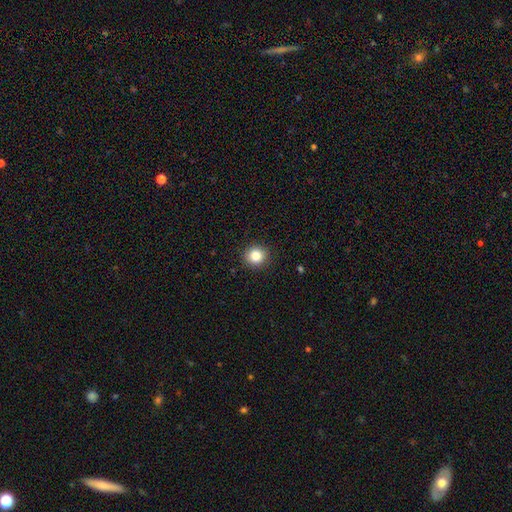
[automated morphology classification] Smooth or featured?
  - smooth: 84% *
  - star or artifact: 10%
  - featured or disk: 5%
How rounded?
  - round: 90% *
  - in between: 9%
  - cigar-shaped: 1%
Merging?
  - none: 91% *
  - minor disturbance: 6%
  - major disturbance: 2%
  - merger: 1%